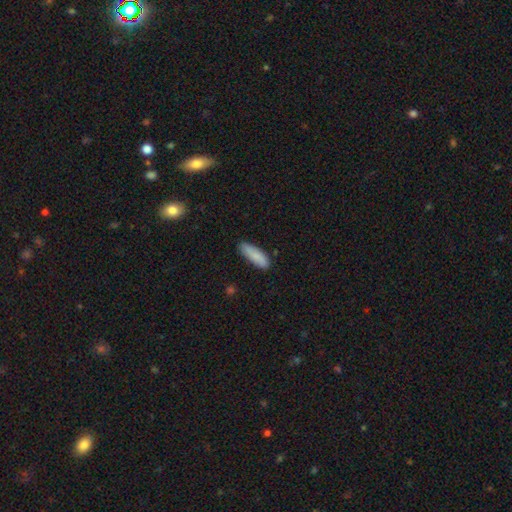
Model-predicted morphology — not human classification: A smooth galaxy with no disk features (85%) that is in between round and cigar-shaped (51%). Merging: none (81%).